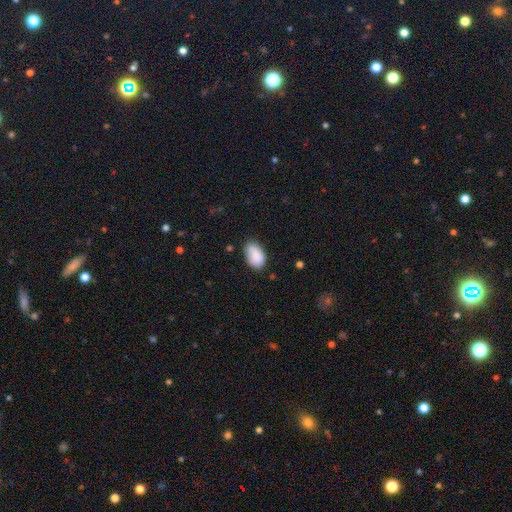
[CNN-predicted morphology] Smooth or featured? Predicted: smooth (p=0.86). How rounded? Predicted: in between (p=0.92). Merging? Predicted: none (p=0.68).